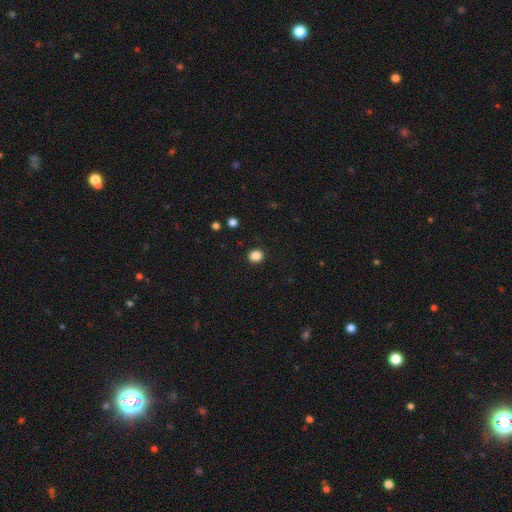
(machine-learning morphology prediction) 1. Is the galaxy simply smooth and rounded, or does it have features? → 86% smooth, 11% star or artifact, 3% featured or disk.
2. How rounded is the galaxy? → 79% round, 20% in between, 1% cigar-shaped.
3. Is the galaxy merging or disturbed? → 91% none, 6% minor disturbance, 2% major disturbance, 1% merger.